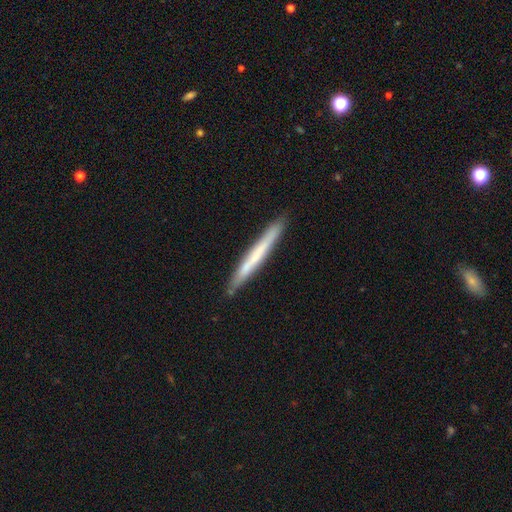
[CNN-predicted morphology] This appears to be a smooth galaxy with no disk features (52%) that is cigar-shaped (97%). Merging: none (89%).